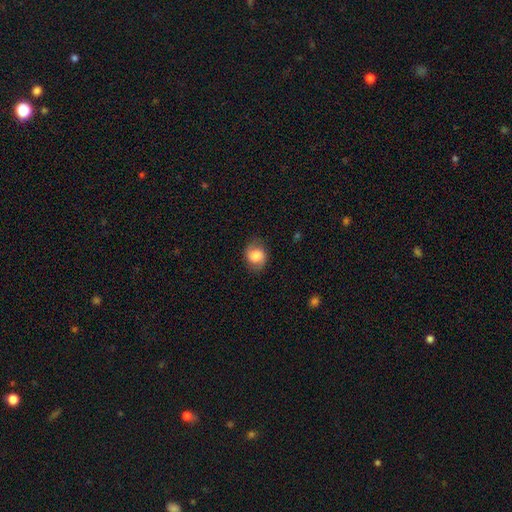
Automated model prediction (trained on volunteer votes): Smooth or featured: smooth — 71% (featured or disk — 20%)
How rounded: round — 54% (in between — 44%)
Merging: none — 76% (minor disturbance — 17%)